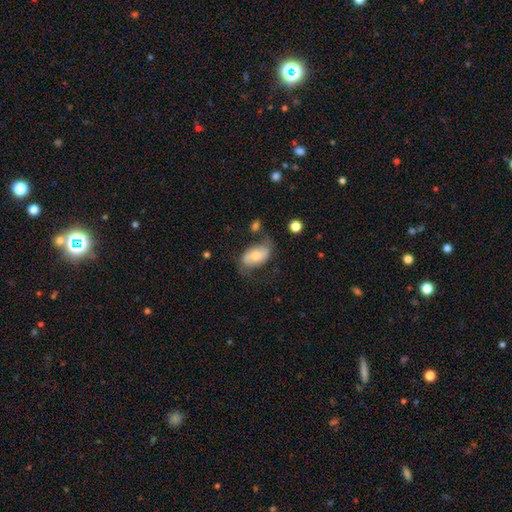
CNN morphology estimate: A smooth galaxy with no disk features (53%) that is in between round and cigar-shaped (91%). Merging: none (56%).